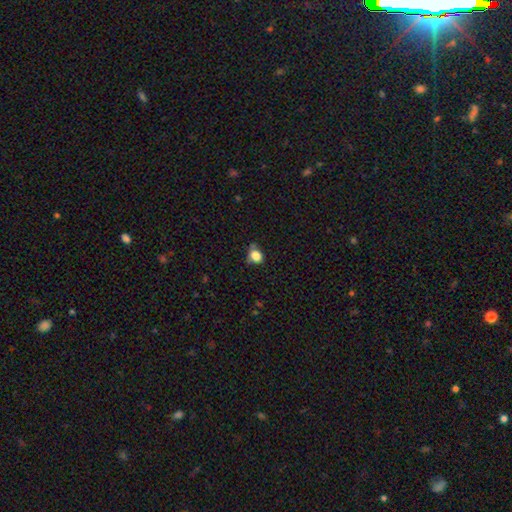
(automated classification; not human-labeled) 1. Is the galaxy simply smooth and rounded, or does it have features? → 82% smooth, 12% star or artifact, 7% featured or disk.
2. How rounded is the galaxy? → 60% round, 39% in between, 1% cigar-shaped.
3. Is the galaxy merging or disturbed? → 61% none, 28% minor disturbance, 6% major disturbance, 5% merger.